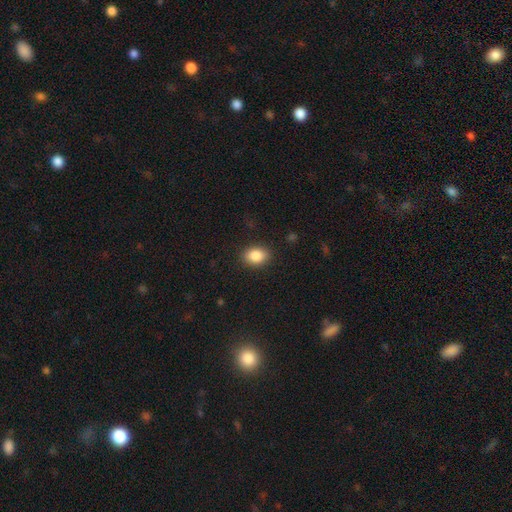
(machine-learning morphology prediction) smooth-or-featured: smooth: 87% | star or artifact: 8% | featured or disk: 5%
  how-rounded: in between: 73% | round: 26% | cigar-shaped: 1%
  merging: none: 88% | minor disturbance: 9% | major disturbance: 3% | merger: 1%